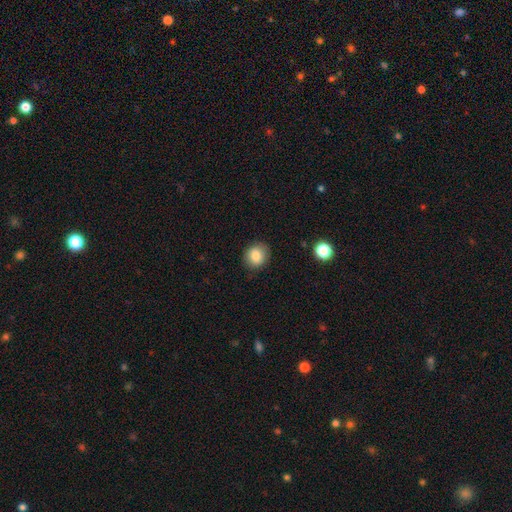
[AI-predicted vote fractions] Q: Smooth or featured?
A: smooth (84%); runner-up: star or artifact (10%)
Q: How rounded?
A: round (76%); runner-up: in between (23%)
Q: Merging?
A: none (86%); runner-up: minor disturbance (10%)